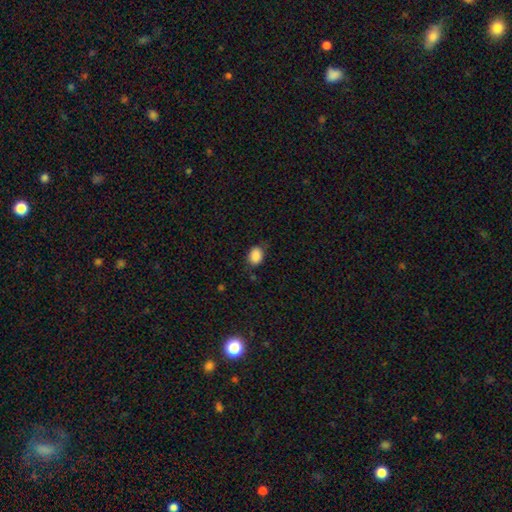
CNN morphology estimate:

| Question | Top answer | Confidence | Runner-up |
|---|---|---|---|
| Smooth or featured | smooth | 88% | star or artifact (8%) |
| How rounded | in between | 72% | round (27%) |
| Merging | none | 74% | minor disturbance (20%) |